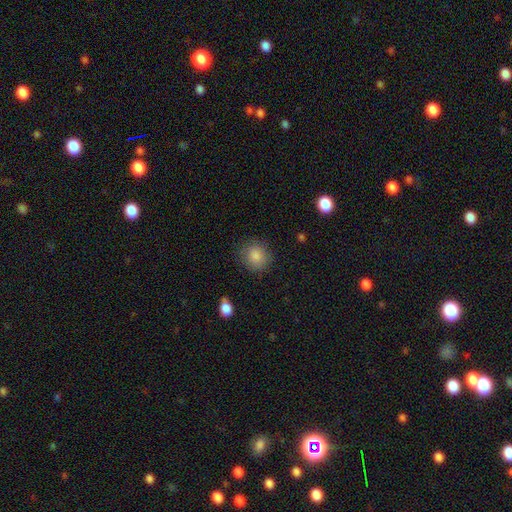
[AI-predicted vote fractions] Smooth or featured?
  - smooth: 84% *
  - star or artifact: 10%
  - featured or disk: 6%
How rounded?
  - round: 86% *
  - in between: 13%
  - cigar-shaped: 1%
Merging?
  - none: 85% *
  - minor disturbance: 10%
  - major disturbance: 3%
  - merger: 1%